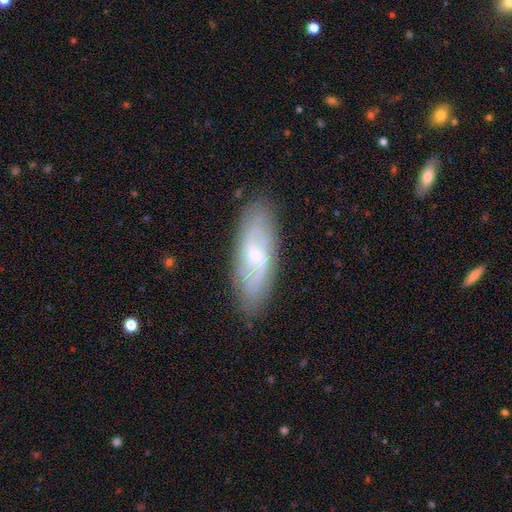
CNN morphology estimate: Smooth or featured? featured or disk (68%)
Edge-on disk? no (86%)
Bar? weak (56%)
Spiral arms? yes (86%)
Spiral winding? medium (39%)
Spiral arm count? 2 (59%)
Bulge size? small (51%)
Merging? none (82%)